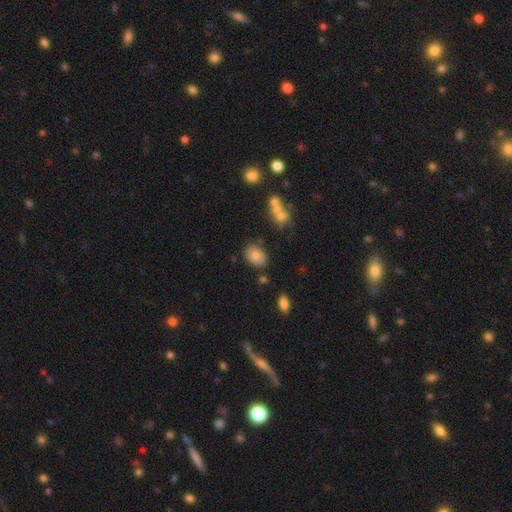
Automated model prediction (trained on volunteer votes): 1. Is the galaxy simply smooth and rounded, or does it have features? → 78% smooth, 12% featured or disk, 10% star or artifact.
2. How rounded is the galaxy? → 74% in between, 25% round, 1% cigar-shaped.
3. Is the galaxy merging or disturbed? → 78% none, 14% minor disturbance, 5% merger, 3% major disturbance.